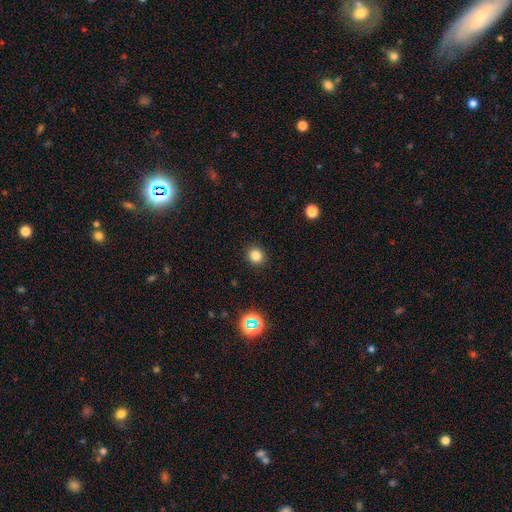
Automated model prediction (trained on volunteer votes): Smooth or featured? smooth (82%)
How rounded? round (85%)
Merging? none (92%)